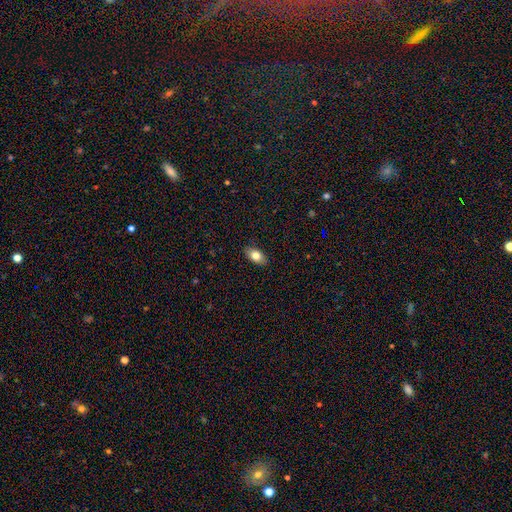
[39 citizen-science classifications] Smooth or featured? smooth (82%)
How rounded? in between (81%)
Merging? none (86%)